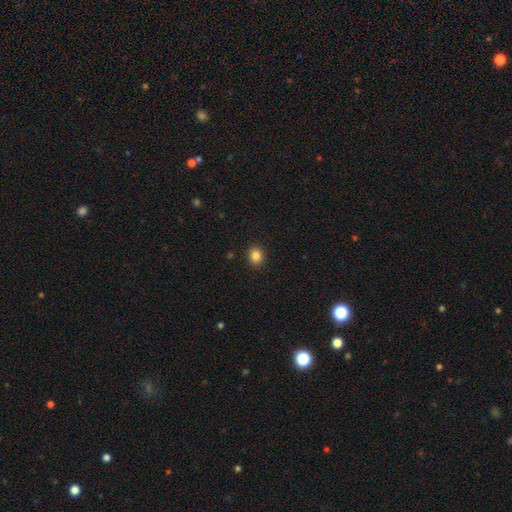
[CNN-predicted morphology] smooth_or_featured: smooth (p=0.84) [alt: star or artifact p=0.11]
how_rounded: round (p=0.71) [alt: in between p=0.28]
merging: none (p=0.91) [alt: minor disturbance p=0.06]